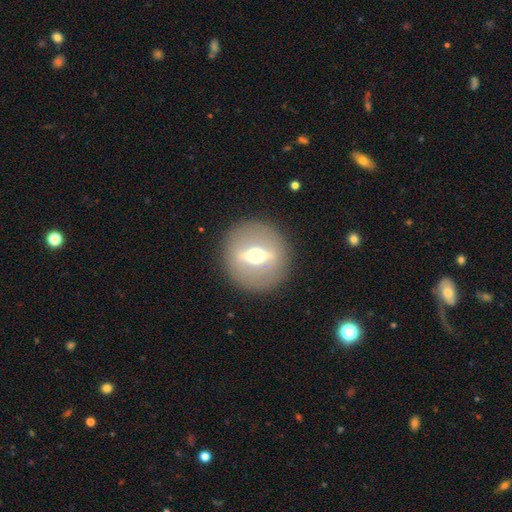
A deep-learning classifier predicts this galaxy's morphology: This appears to be a featured or disk galaxy (71%) viewed edge-on (51%). Merging: none (90%).